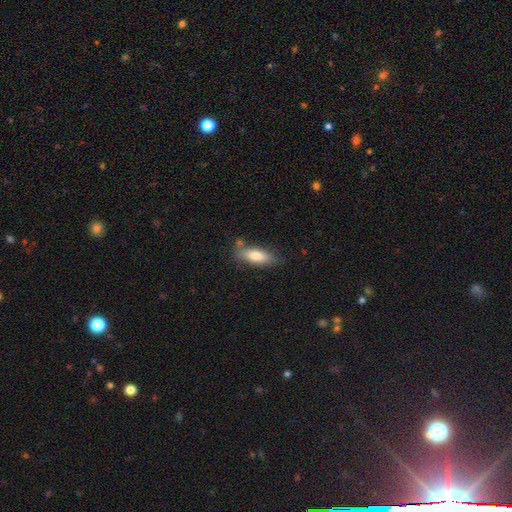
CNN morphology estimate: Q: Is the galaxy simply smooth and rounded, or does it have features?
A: smooth — 79%.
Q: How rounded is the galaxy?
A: in between — 60%.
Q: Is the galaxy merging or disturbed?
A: none — 71%.